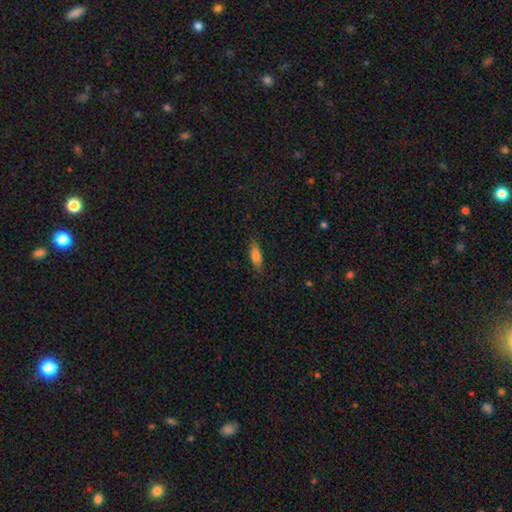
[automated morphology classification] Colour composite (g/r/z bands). It shows a smooth galaxy with no disk features (80%) that is in between round and cigar-shaped (58%). Merging: none (84%).